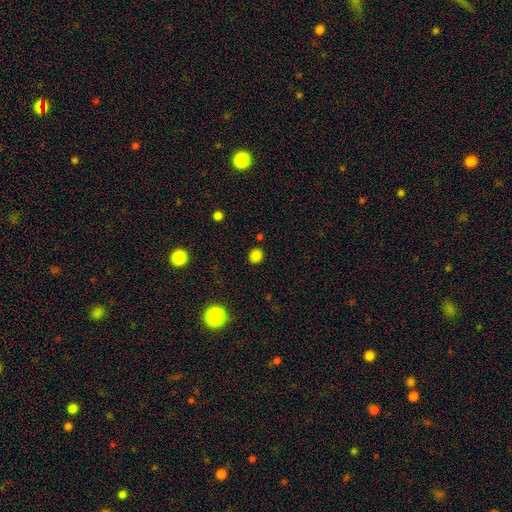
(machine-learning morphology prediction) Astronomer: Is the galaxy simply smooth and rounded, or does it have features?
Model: smooth — 81%.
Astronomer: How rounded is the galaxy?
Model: round — 84%.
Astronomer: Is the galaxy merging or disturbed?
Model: none — 87%.